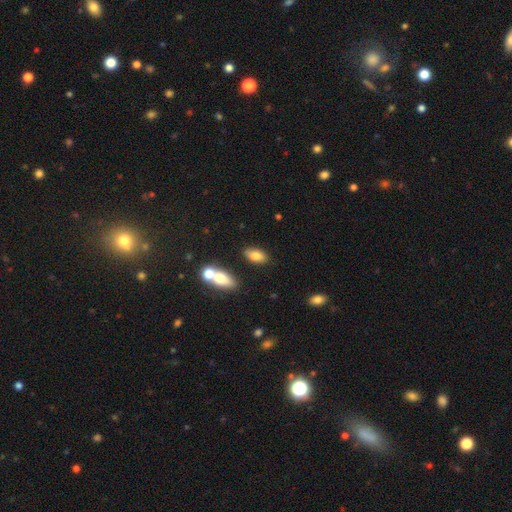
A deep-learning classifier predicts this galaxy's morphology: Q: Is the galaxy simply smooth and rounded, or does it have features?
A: smooth — 78%.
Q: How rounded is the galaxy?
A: in between — 90%.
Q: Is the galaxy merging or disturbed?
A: none — 77%.